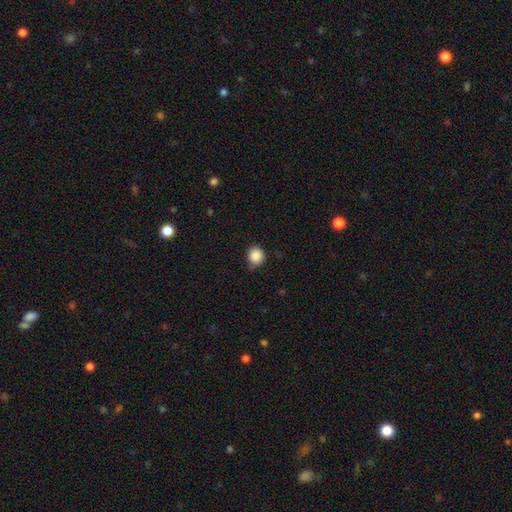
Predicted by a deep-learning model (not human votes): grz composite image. It shows a smooth galaxy with no disk features (87%) that is round (88%). Merging: none (72%).